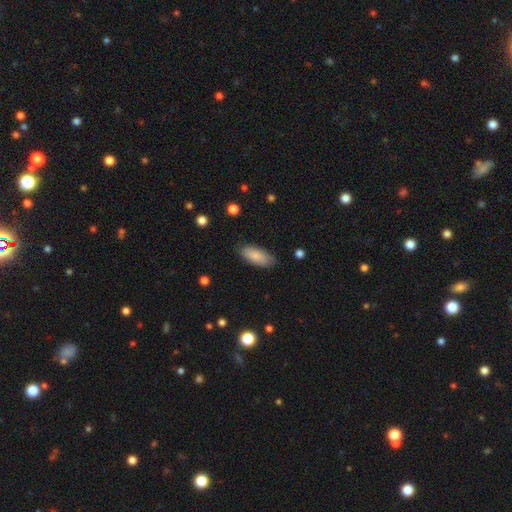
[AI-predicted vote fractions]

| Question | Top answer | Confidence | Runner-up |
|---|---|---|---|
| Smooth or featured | smooth | 83% | featured or disk (12%) |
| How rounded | in between | 83% | cigar-shaped (16%) |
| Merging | none | 83% | minor disturbance (14%) |